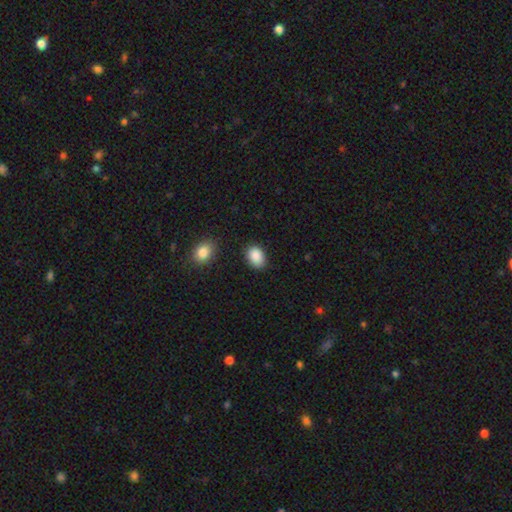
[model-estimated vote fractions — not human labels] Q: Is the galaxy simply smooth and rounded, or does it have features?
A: smooth — 89%.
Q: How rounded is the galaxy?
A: in between — 81%.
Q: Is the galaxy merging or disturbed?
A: none — 82%.